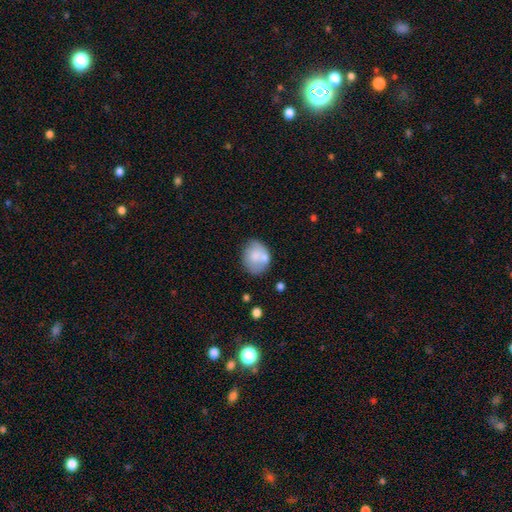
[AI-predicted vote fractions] Smooth or featured?
  - smooth: 71% *
  - featured or disk: 21%
  - star or artifact: 7%
How rounded?
  - round: 52% *
  - in between: 47%
  - cigar-shaped: 1%
Merging?
  - none: 52% *
  - merger: 21%
  - minor disturbance: 21%
  - major disturbance: 7%